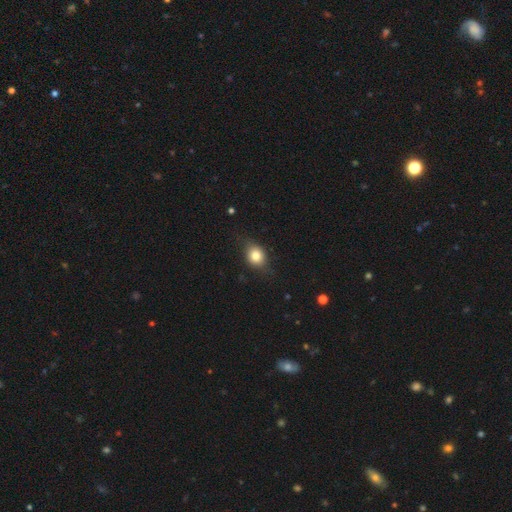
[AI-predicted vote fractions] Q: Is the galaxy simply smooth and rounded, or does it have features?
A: smooth — 78%.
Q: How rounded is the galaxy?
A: round — 53%.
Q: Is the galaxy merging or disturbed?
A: none — 72%.